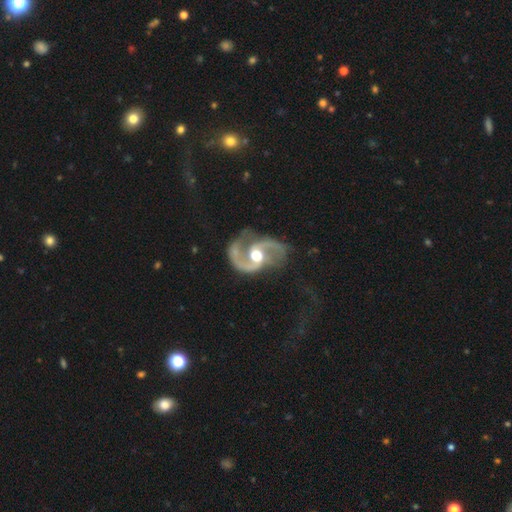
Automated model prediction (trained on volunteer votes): This appears to be a featured or disk galaxy (93%) with no bar (49%), 2 (94%) medium (59%) spiral arms (98%) and a moderate central bulge (73%). Merging: none (71%).